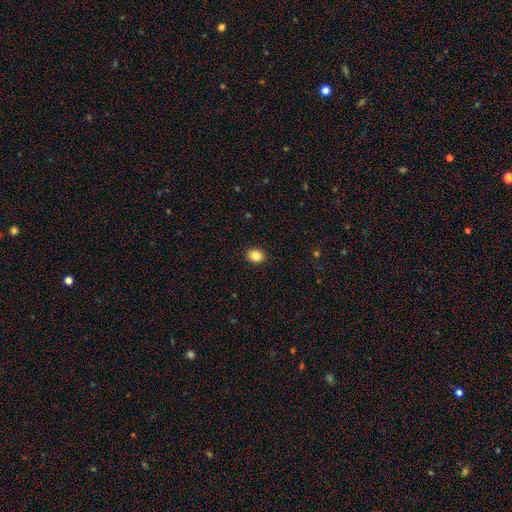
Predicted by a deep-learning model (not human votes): smooth-or-featured: smooth: 86% | star or artifact: 9% | featured or disk: 5%
  how-rounded: in between: 54% | round: 45% | cigar-shaped: 1%
  merging: none: 91% | minor disturbance: 7% | major disturbance: 2% | merger: 1%